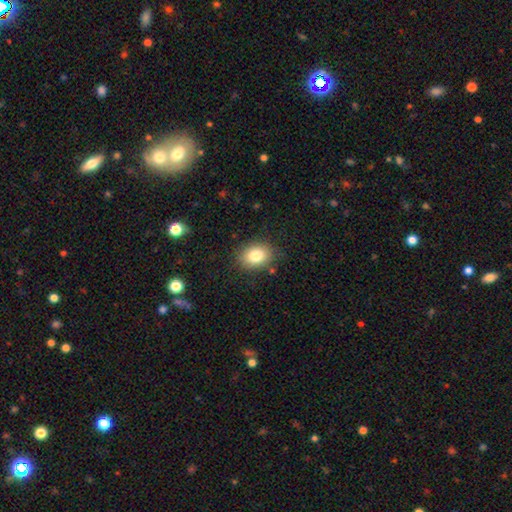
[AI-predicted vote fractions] Smooth or featured? Predicted: smooth (p=0.82). How rounded? Predicted: in between (p=0.62). Merging? Predicted: none (p=0.83).